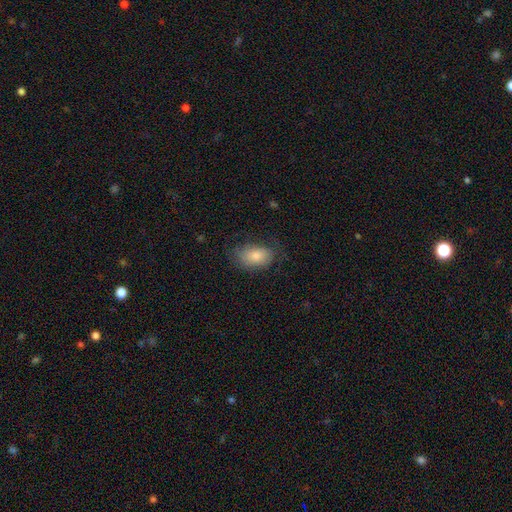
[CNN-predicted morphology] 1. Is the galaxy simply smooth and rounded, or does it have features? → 76% smooth, 15% featured or disk, 8% star or artifact.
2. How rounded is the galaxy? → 88% in between, 10% round, 2% cigar-shaped.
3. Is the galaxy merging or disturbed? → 69% none, 21% minor disturbance, 9% major disturbance, 1% merger.